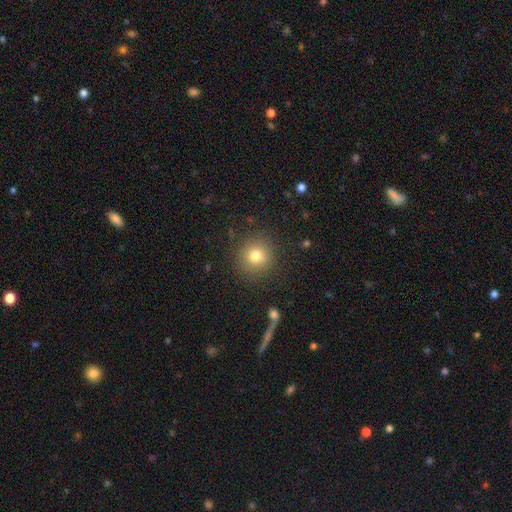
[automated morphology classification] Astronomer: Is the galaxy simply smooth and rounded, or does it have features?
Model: smooth — 78%.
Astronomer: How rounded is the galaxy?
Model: round — 92%.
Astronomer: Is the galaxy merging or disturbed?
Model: none — 88%.